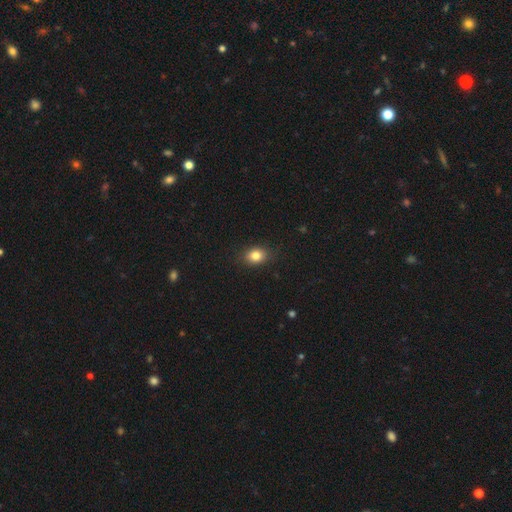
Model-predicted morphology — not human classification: smooth-or-featured: smooth: 82% | star or artifact: 11% | featured or disk: 7%
  how-rounded: in between: 59% | round: 39% | cigar-shaped: 1%
  merging: none: 86% | minor disturbance: 11% | major disturbance: 2% | merger: 1%